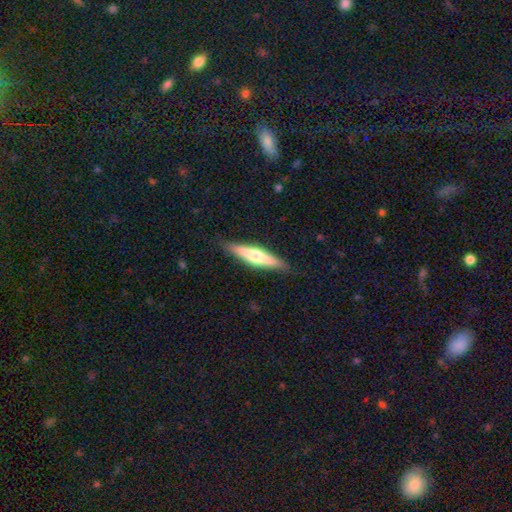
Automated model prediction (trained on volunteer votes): smooth_or_featured: featured or disk (p=0.55) [alt: smooth p=0.39]
disk_edge_on: yes (p=0.95) [alt: no p=0.05]
edge_on_bulge: rounded (p=0.88) [alt: none p=0.06]
merging: none (p=0.87) [alt: minor disturbance p=0.09]